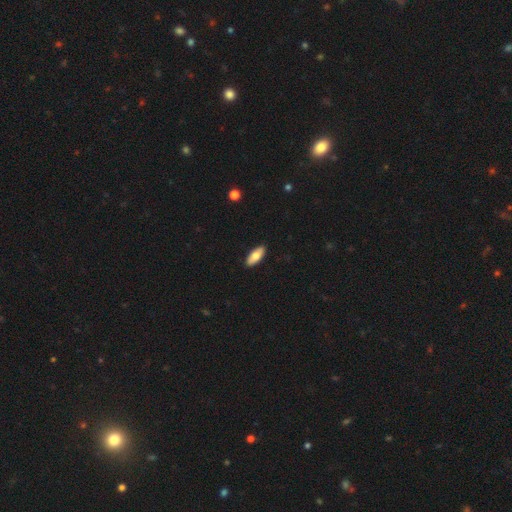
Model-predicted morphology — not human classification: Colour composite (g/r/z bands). It shows a smooth galaxy with no disk features (78%) that is in between round and cigar-shaped (79%). Merging: none (90%).